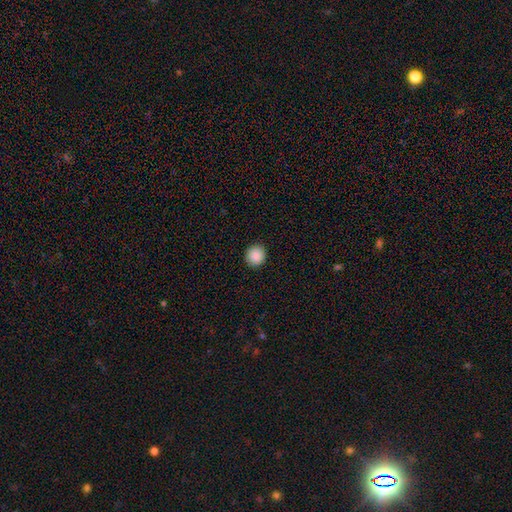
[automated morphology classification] This is clearly a smooth galaxy (89%). How rounded: clearly round (90%). Merging: clearly none (92%).